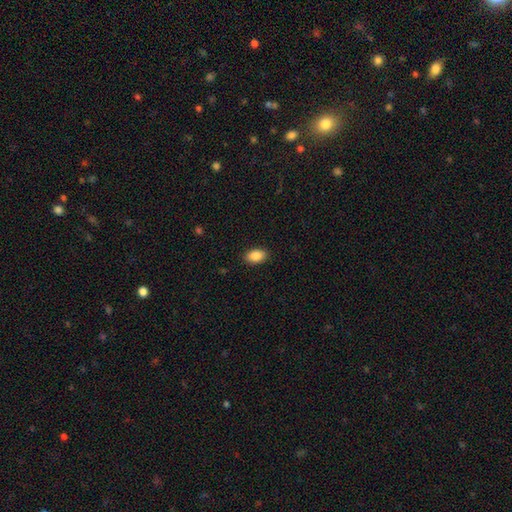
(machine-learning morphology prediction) Q: Smooth or featured?
A: smooth (88%); runner-up: star or artifact (8%)
Q: How rounded?
A: in between (90%); runner-up: round (9%)
Q: Merging?
A: none (89%); runner-up: minor disturbance (8%)